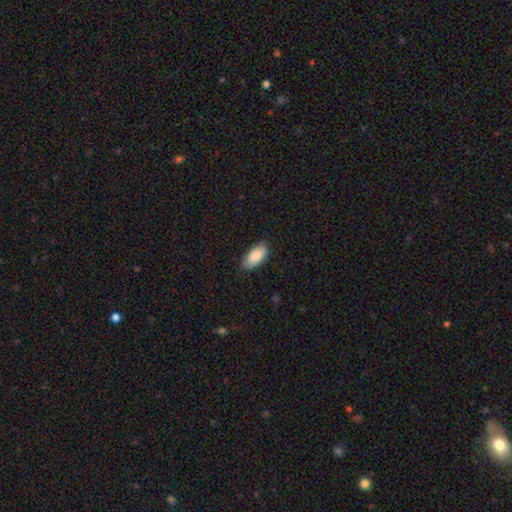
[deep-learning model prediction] smooth-or-featured: smooth: 88% | featured or disk: 6% | star or artifact: 6%
  how-rounded: in between: 92% | cigar-shaped: 5% | round: 2%
  merging: none: 81% | minor disturbance: 16% | major disturbance: 2% | merger: 1%